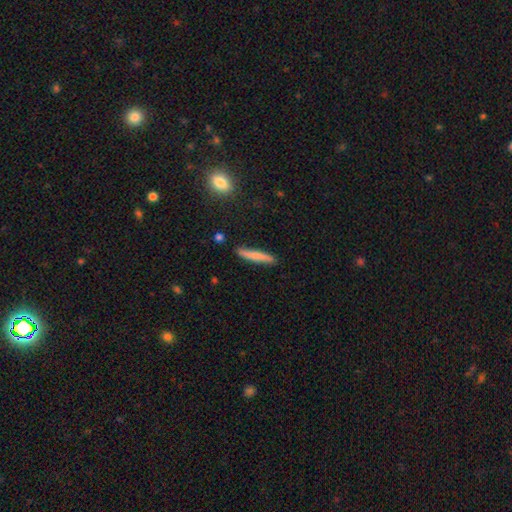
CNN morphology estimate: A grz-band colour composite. It shows a smooth galaxy with no disk features (70%) that is cigar-shaped (93%). Merging: none (86%).